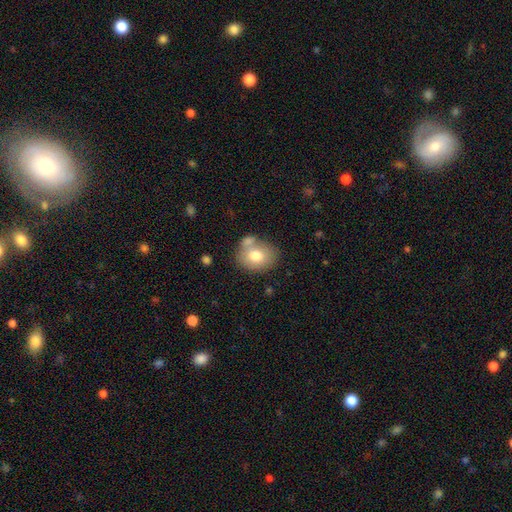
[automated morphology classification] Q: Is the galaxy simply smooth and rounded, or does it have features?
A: smooth — 73%.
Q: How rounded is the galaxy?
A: round — 51%.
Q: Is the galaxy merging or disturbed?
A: none — 54%.